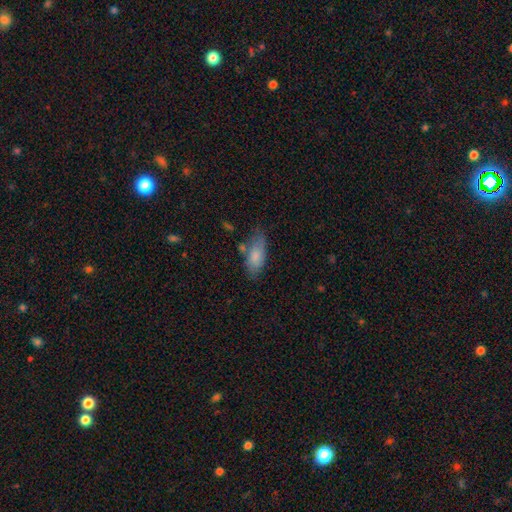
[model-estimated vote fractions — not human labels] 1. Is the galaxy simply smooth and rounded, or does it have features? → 79% smooth, 14% featured or disk, 7% star or artifact.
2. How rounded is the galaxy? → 83% in between, 15% cigar-shaped, 2% round.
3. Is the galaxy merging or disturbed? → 56% none, 27% minor disturbance, 8% merger, 8% major disturbance.